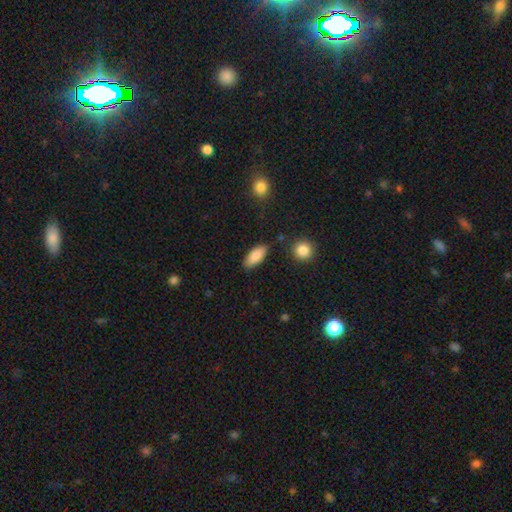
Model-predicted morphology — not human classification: A smooth galaxy with no disk features (86%) that is in between round and cigar-shaped (84%).

Vote fractions:
- Smooth or featured? smooth: 86% / featured or disk: 8% / star or artifact: 7%
- How rounded? in between: 84% / cigar-shaped: 13% / round: 3%
- Merging? none: 82% / minor disturbance: 12% / merger: 3% / major disturbance: 3%